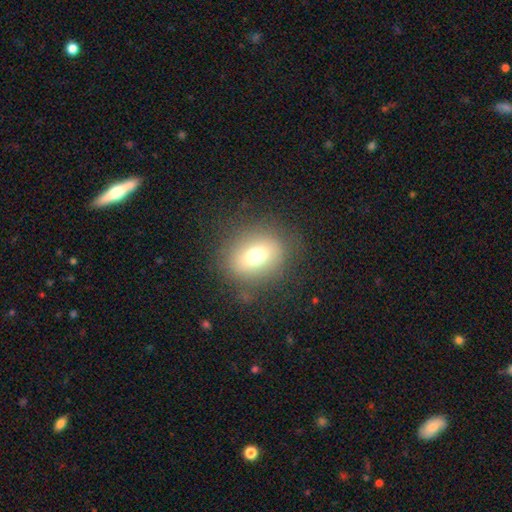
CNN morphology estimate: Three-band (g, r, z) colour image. It shows a smooth galaxy with no disk features (70%) that is round (56%). Merging: none (80%).